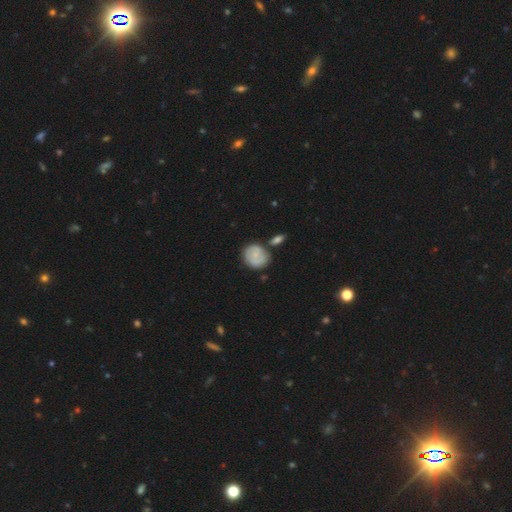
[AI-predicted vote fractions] The model was most divided on "smooth or featured": smooth: 62%, featured or disk: 31%, star or artifact: 7%. More confident: how rounded — round (76%); merging — none (62%).